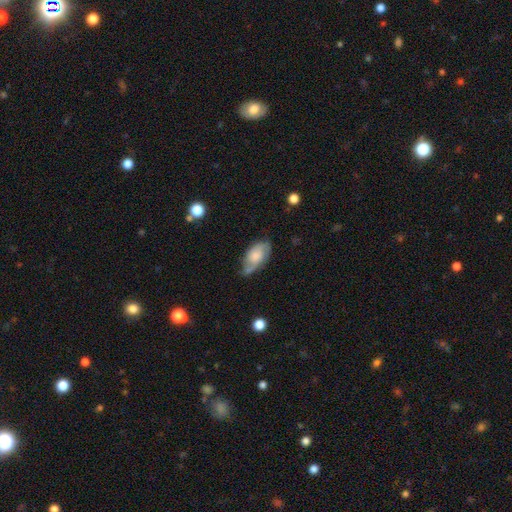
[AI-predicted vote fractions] A featured or disk galaxy (49%).

Vote fractions:
- Smooth or featured? featured or disk: 49% / smooth: 44% / star or artifact: 7%
- Merging? none: 55% / minor disturbance: 32% / major disturbance: 10% / merger: 2%